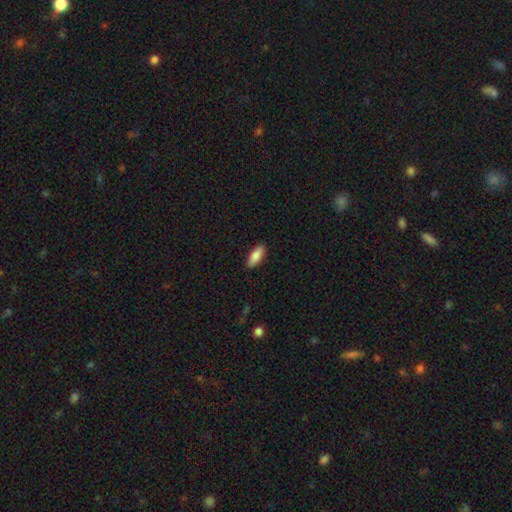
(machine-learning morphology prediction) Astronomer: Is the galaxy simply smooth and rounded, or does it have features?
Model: smooth — 86%.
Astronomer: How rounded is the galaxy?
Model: in between — 74%.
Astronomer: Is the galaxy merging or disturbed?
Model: none — 90%.